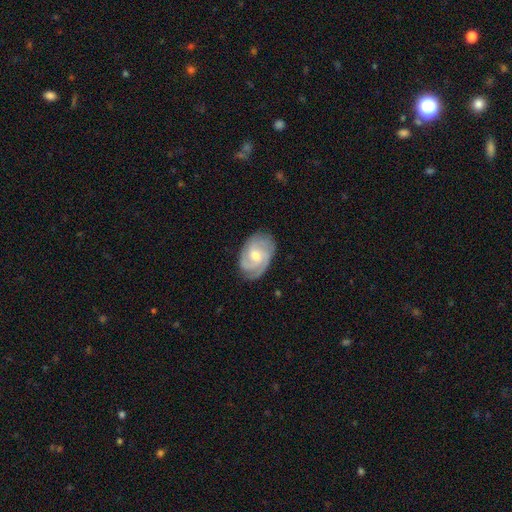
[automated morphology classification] This is clearly a featured or disk galaxy (83%). It is clearly not viewed edge-on (97%). Bar: possibly no (58%). Spiral arm pattern: clearly yes (97%). Spiral arm count: marginally 3 (45%). Spiral winding: likely tight (61%). Central bulge: possibly moderate (58%). Merging: likely none (79%).